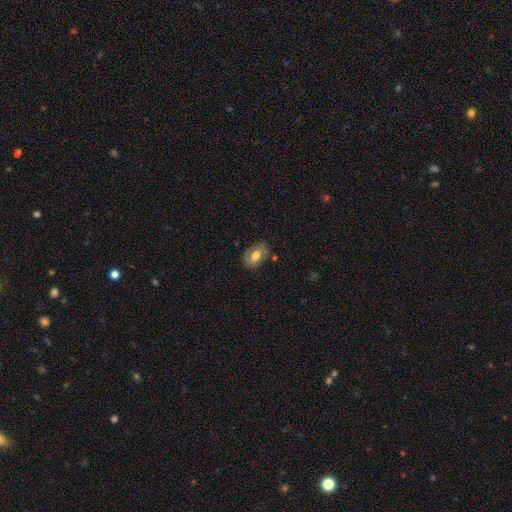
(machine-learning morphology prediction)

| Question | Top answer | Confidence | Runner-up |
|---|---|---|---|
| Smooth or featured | smooth | 55% | featured or disk (37%) |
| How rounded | in between | 81% | round (17%) |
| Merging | none | 76% | minor disturbance (17%) |